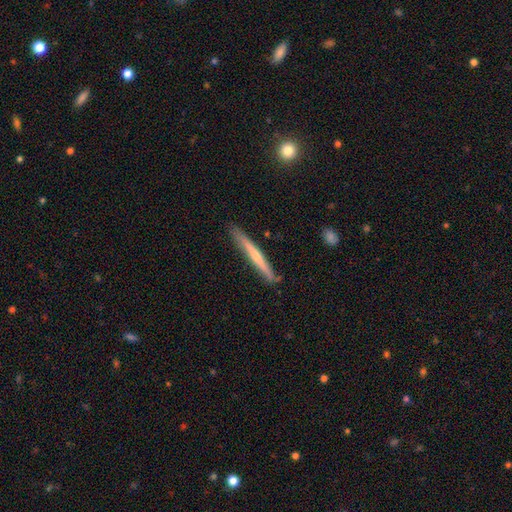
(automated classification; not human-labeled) Smooth or featured? featured or disk (60%)
Edge-on disk? yes (96%)
Edge-on bulge? rounded (57%)
Merging? none (88%)